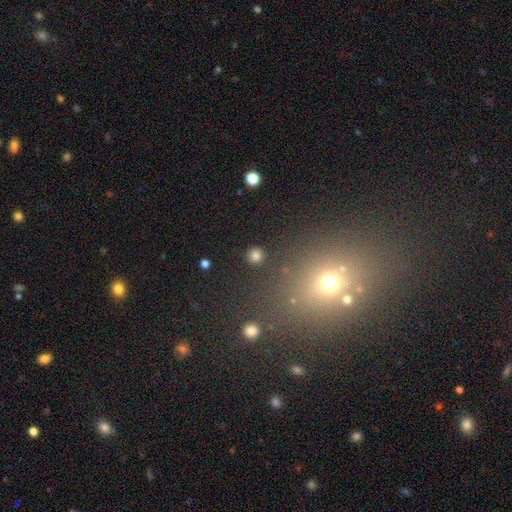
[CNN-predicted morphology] type=smooth (82%); roundness=round (95%); merging=none (91%).